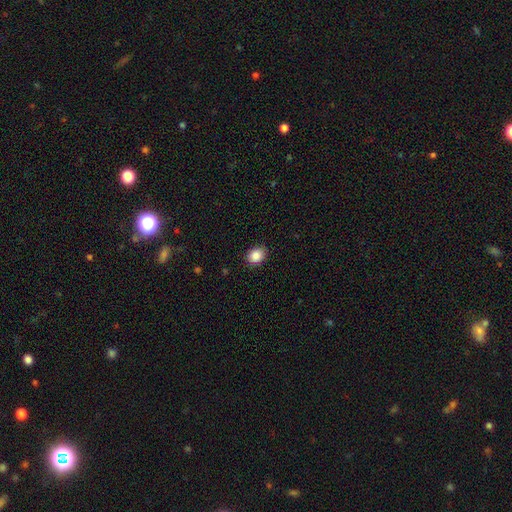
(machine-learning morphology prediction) smooth 87%, star or artifact 8%, featured or disk 4%. Down the decision tree: how rounded — in between (55%); merging — none (87%).